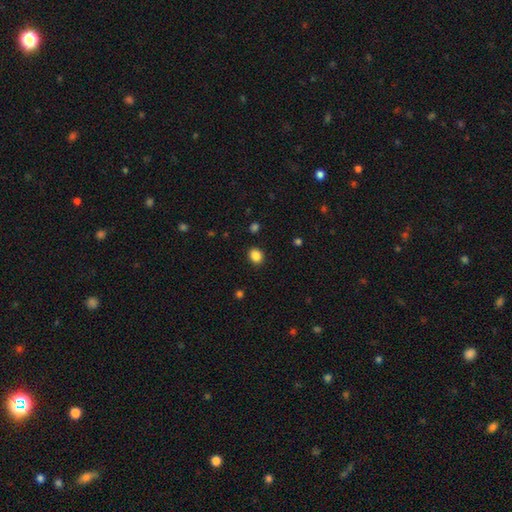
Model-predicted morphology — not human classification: smooth_or_featured: smooth (p=0.86) [alt: star or artifact p=0.10]
how_rounded: round (p=0.61) [alt: in between p=0.39]
merging: none (p=0.89) [alt: minor disturbance p=0.07]